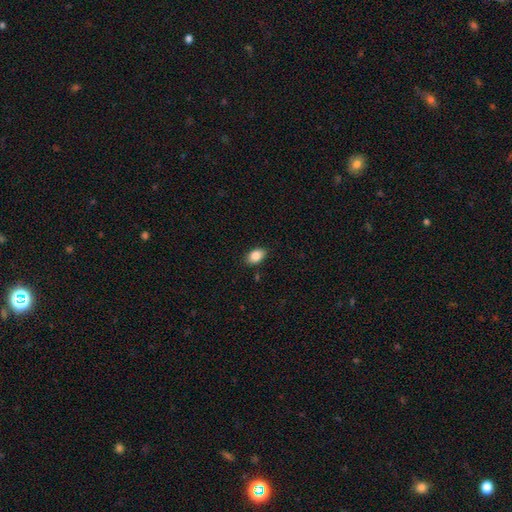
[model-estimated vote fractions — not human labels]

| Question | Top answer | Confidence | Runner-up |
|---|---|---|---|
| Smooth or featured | smooth | 86% | star or artifact (8%) |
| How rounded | in between | 89% | round (9%) |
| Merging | none | 86% | minor disturbance (10%) |